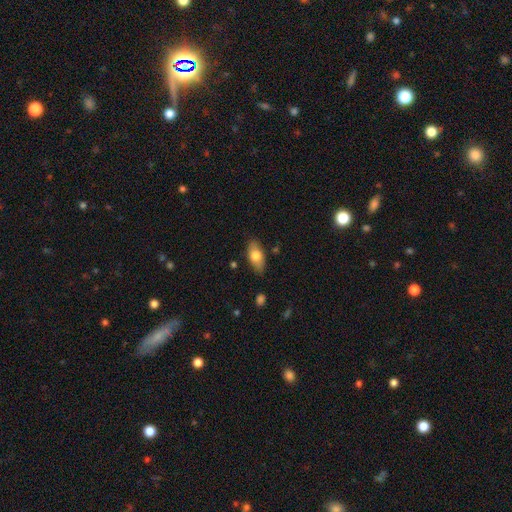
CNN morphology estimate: A smooth galaxy with no disk features (74%) that is in between round and cigar-shaped (87%).

Vote fractions:
- Smooth or featured? smooth: 74% / featured or disk: 19% / star or artifact: 7%
- How rounded? in between: 87% / cigar-shaped: 9% / round: 4%
- Merging? none: 83% / minor disturbance: 13% / major disturbance: 3% / merger: 2%